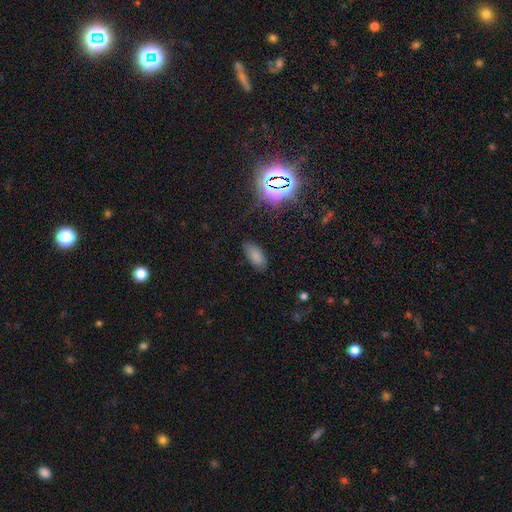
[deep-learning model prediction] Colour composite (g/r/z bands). It shows a smooth galaxy with no disk features (78%) that is in between round and cigar-shaped (91%). Merging: none (81%).